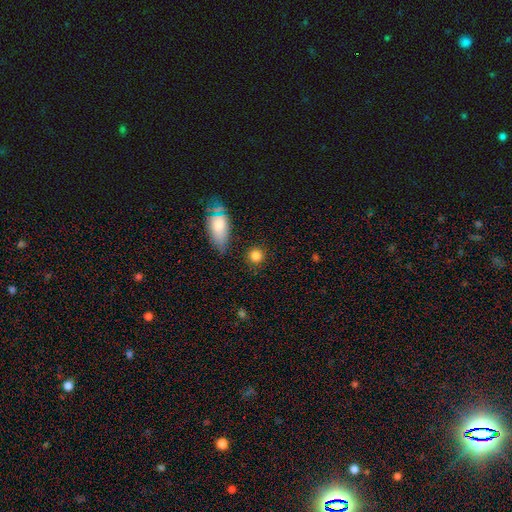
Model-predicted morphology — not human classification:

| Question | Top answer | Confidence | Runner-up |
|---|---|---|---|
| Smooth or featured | smooth | 84% | star or artifact (11%) |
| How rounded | round | 89% | in between (9%) |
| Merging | none | 85% | minor disturbance (9%) |